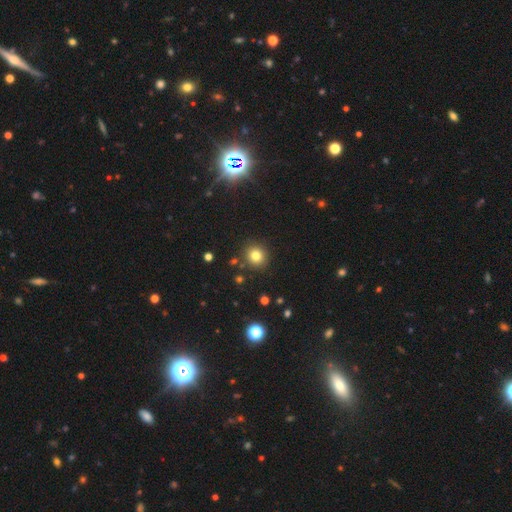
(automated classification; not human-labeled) This is likely a smooth galaxy (79%). How rounded: clearly round (89%). Merging: clearly none (88%).